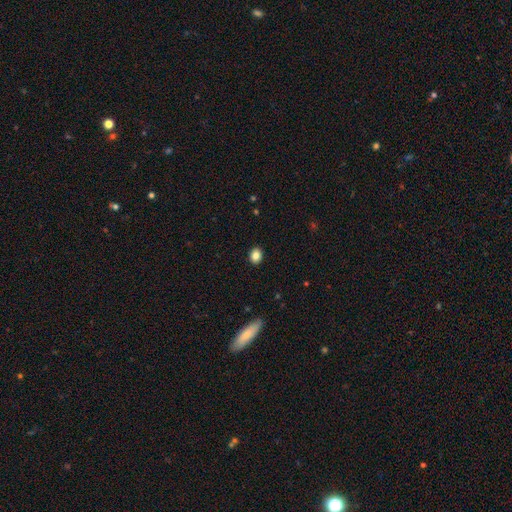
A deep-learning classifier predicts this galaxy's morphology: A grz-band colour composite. It shows a smooth galaxy with no disk features (84%) that is in between round and cigar-shaped (50%). Merging: none (90%).